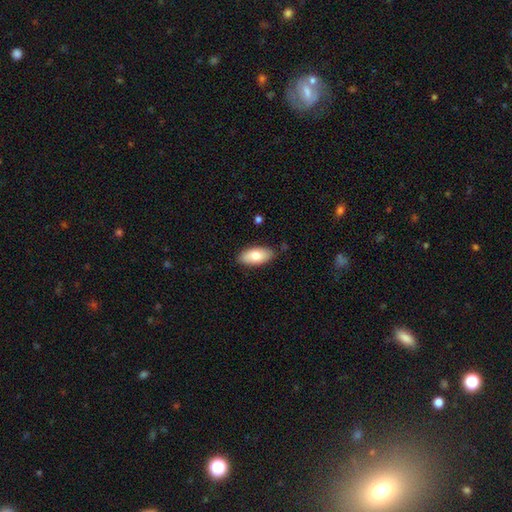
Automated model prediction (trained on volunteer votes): Smooth or featured? smooth (78%)
How rounded? in between (92%)
Merging? none (85%)